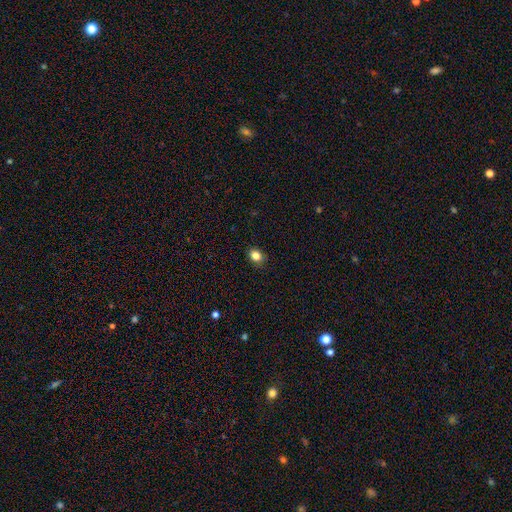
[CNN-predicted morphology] smooth_or_featured: smooth (p=0.84) [alt: star or artifact p=0.11]
how_rounded: in between (p=0.52) [alt: round p=0.47]
merging: none (p=0.88) [alt: minor disturbance p=0.09]